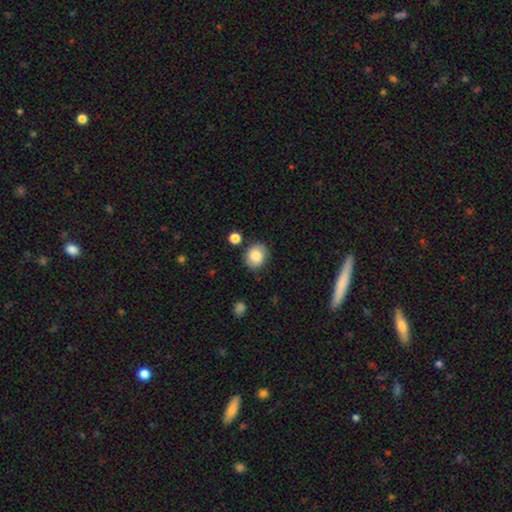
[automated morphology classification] Smooth or featured: smooth — 81% (featured or disk — 10%)
How rounded: round — 61% (in between — 38%)
Merging: none — 78% (minor disturbance — 14%)